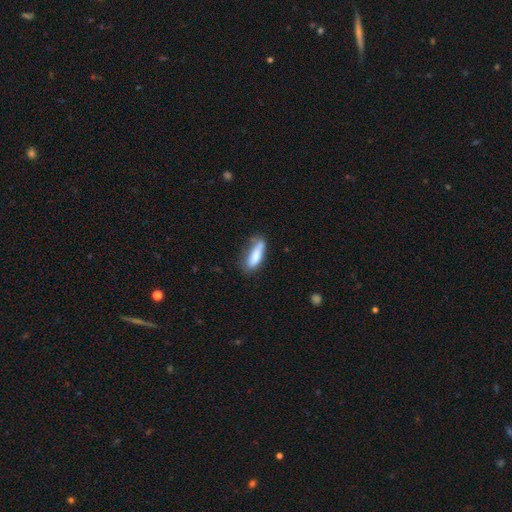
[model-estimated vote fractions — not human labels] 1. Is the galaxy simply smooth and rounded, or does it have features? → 78% smooth, 15% featured or disk, 7% star or artifact.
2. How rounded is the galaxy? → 56% cigar-shaped, 43% in between, 2% round.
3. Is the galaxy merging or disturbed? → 53% none, 29% minor disturbance, 10% major disturbance, 8% merger.